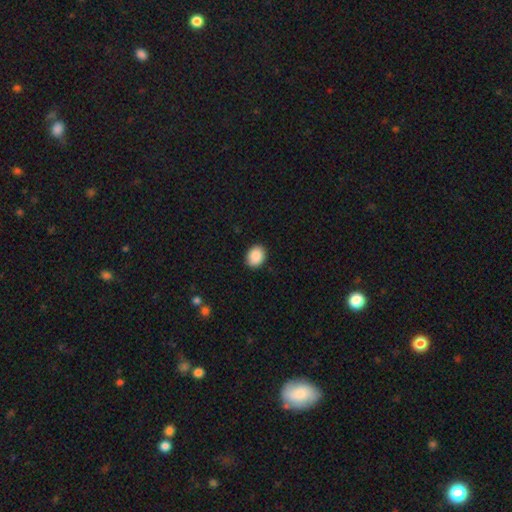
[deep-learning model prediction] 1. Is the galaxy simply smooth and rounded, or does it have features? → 89% smooth, 7% star or artifact, 3% featured or disk.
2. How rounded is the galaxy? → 60% in between, 39% round, 1% cigar-shaped.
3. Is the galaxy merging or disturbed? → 90% none, 7% minor disturbance, 2% major disturbance, 1% merger.